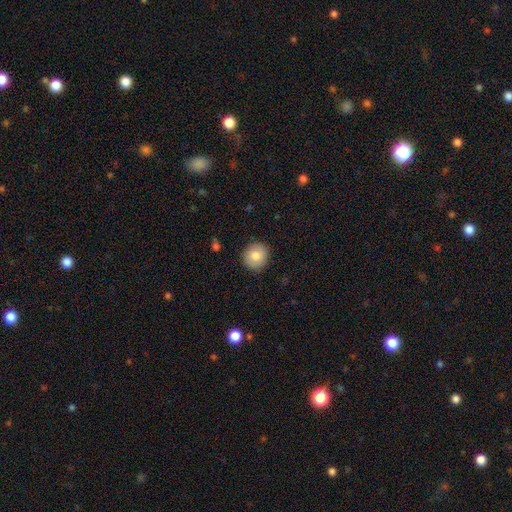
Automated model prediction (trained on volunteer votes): This is clearly a smooth galaxy (83%). How rounded: likely round (78%). Merging: clearly none (89%).